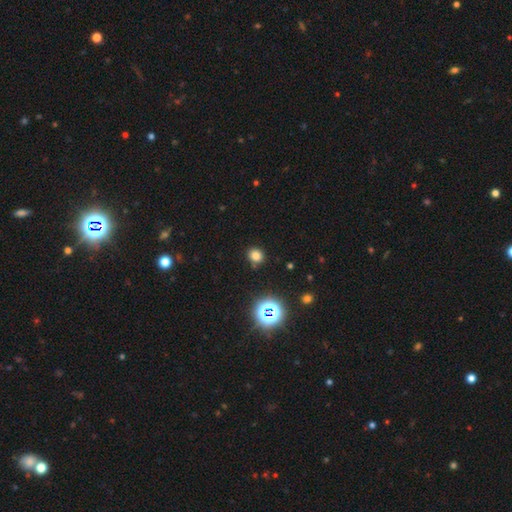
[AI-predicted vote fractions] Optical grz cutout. It shows a smooth galaxy with no disk features (76%) that is round (78%). Merging: none (85%).